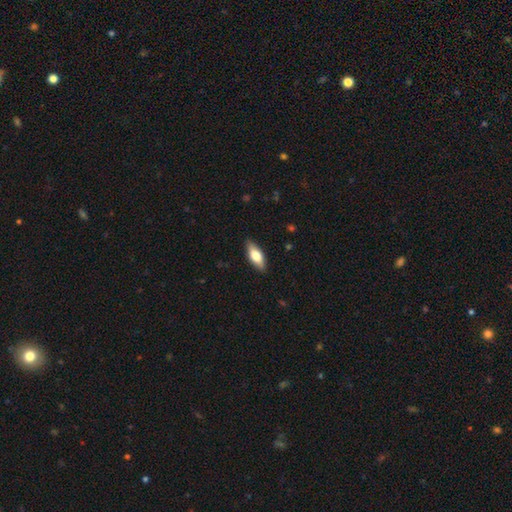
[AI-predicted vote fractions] A smooth galaxy with no disk features (69%) that is in between round and cigar-shaped (75%). Merging: none (87%).